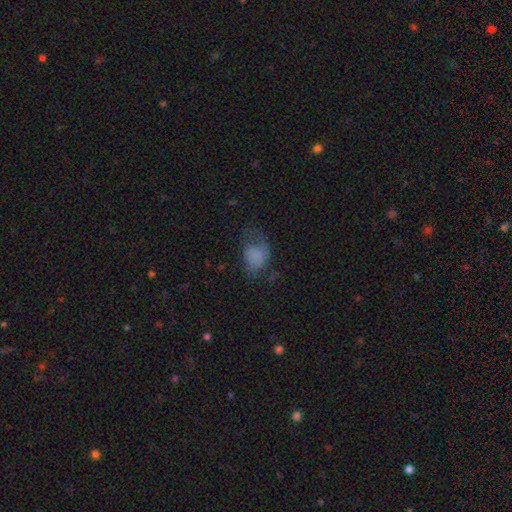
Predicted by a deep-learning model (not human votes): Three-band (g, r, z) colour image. It shows a smooth galaxy with no disk features (67%) that is in between round and cigar-shaped (73%). Merging: major disturbance (37%).